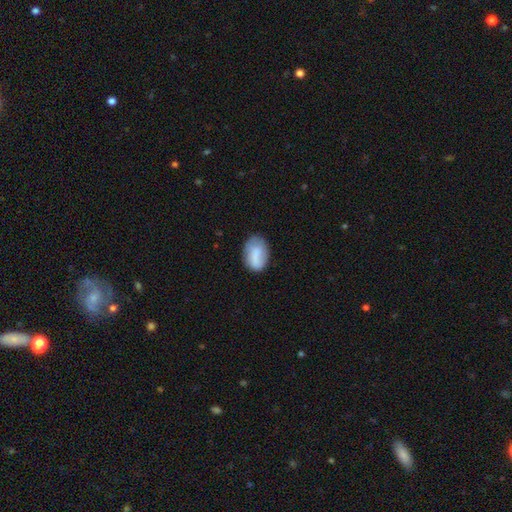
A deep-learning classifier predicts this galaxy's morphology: This appears to be a smooth galaxy with no disk features (76%) that is in between round and cigar-shaped (86%). Merging: none (66%).